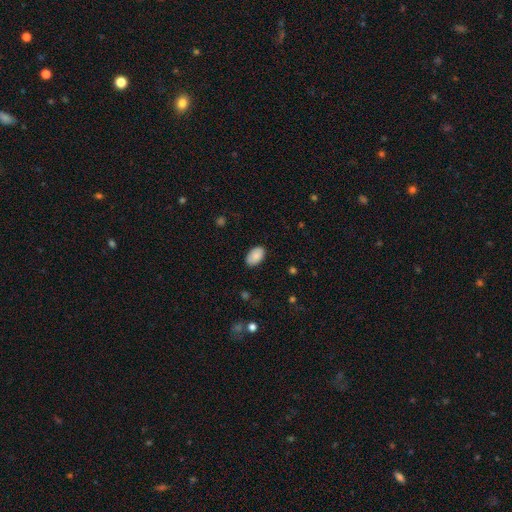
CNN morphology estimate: A smooth galaxy with no disk features (88%) that is in between round and cigar-shaped (93%). Merging: none (86%).